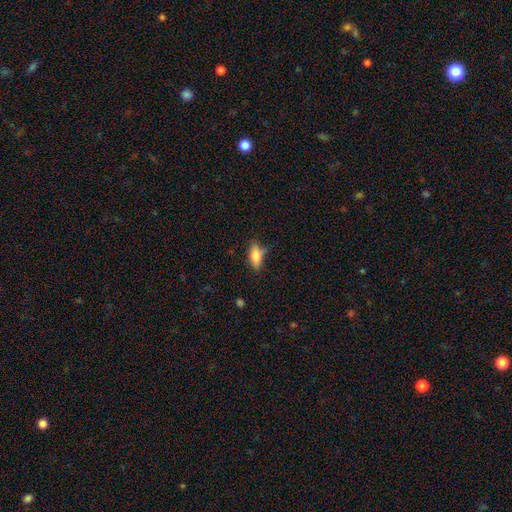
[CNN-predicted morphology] smooth-or-featured: smooth: 80% | featured or disk: 12% | star or artifact: 8%
  how-rounded: in between: 83% | cigar-shaped: 13% | round: 4%
  merging: none: 68% | minor disturbance: 24% | major disturbance: 5% | merger: 3%